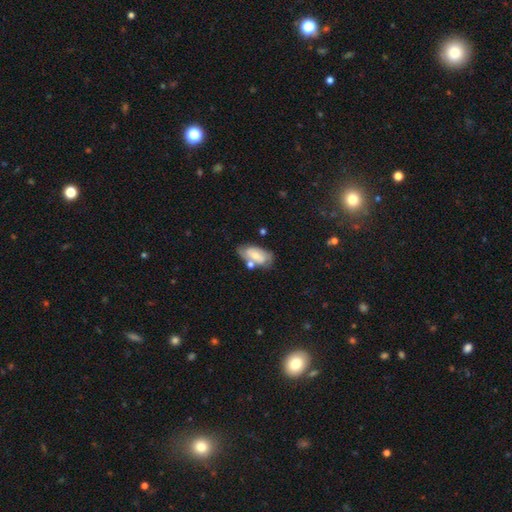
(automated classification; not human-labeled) This appears to be a featured or disk galaxy (52%). Merging: none (51%).